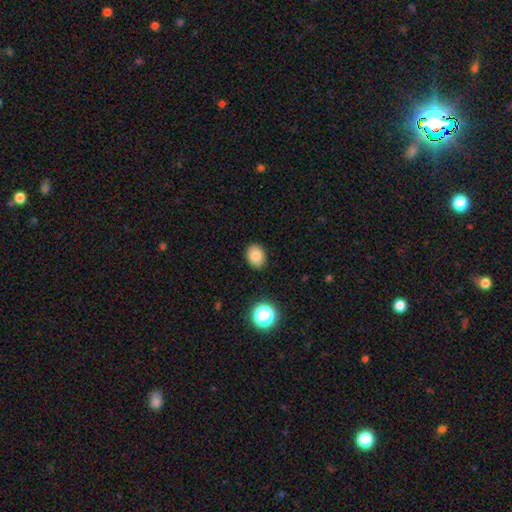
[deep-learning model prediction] The model was most divided on "how rounded": in between: 57%, round: 42%, cigar-shaped: 1%. More confident: merging — none (88%); smooth or featured — smooth (83%).